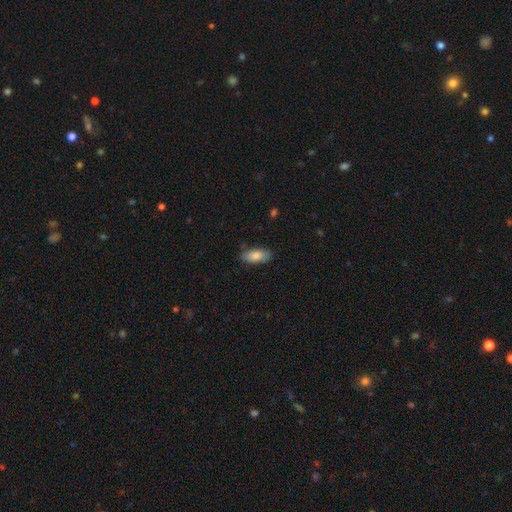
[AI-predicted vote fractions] Smooth or featured?
  - smooth: 82% *
  - featured or disk: 12%
  - star or artifact: 6%
How rounded?
  - in between: 84% *
  - cigar-shaped: 13%
  - round: 2%
Merging?
  - none: 83% *
  - minor disturbance: 13%
  - major disturbance: 2%
  - merger: 1%